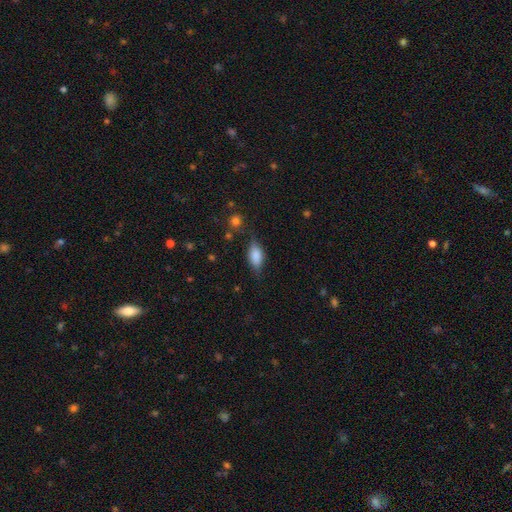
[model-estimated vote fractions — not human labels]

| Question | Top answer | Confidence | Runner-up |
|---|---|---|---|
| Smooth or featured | smooth | 73% | featured or disk (19%) |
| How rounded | in between | 83% | cigar-shaped (12%) |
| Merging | none | 67% | minor disturbance (23%) |